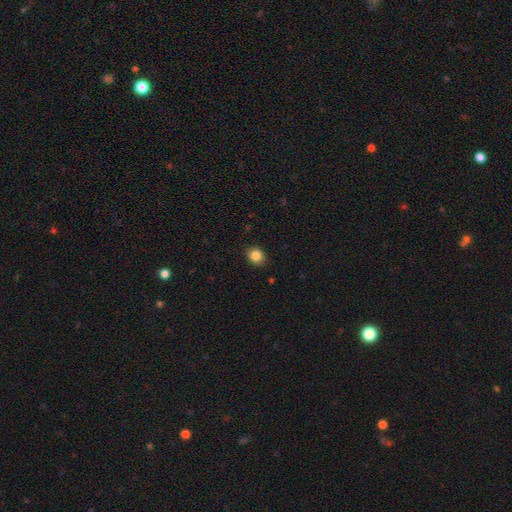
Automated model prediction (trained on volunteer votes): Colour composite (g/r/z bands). It shows a smooth galaxy with no disk features (85%) that is round (63%). Merging: none (88%).